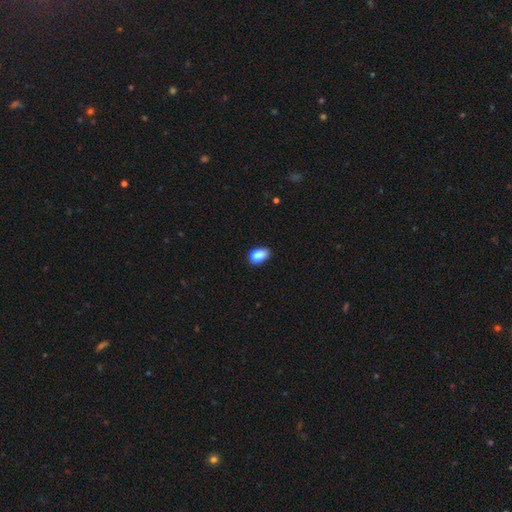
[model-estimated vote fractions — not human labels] Smooth or featured: smooth — 86% (star or artifact — 9%)
How rounded: in between — 88% (round — 9%)
Merging: none — 68% (minor disturbance — 24%)